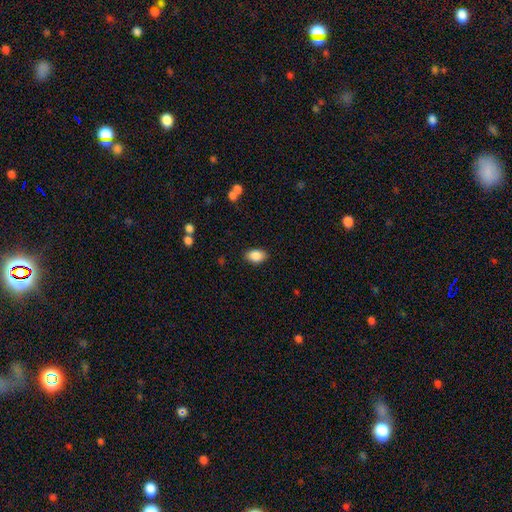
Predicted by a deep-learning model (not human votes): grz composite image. It shows a smooth galaxy with no disk features (88%) that is in between round and cigar-shaped (87%). Merging: none (87%).